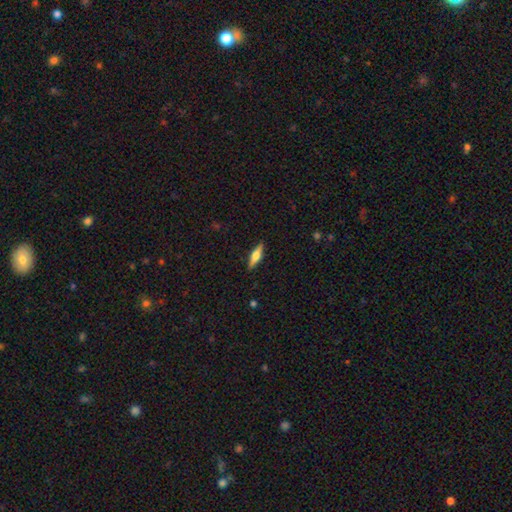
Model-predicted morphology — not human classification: Smooth or featured?
  - featured or disk: 56% *
  - smooth: 38%
  - star or artifact: 6%
Edge-on disk?
  - yes: 96% *
  - no: 4%
Edge-on bulge?
  - rounded: 90% *
  - boxy: 7%
  - none: 3%
Merging?
  - none: 90% *
  - minor disturbance: 8%
  - major disturbance: 2%
  - merger: 1%